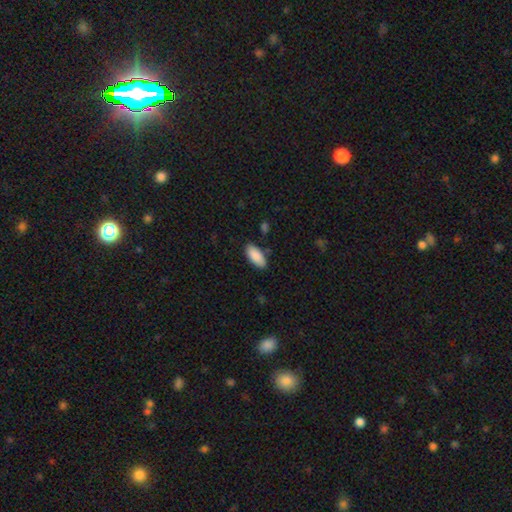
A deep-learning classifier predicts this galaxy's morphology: The model was most divided on "merging": none: 84%, minor disturbance: 12%, major disturbance: 2%, merger: 2%. More confident: smooth or featured — smooth (89%); how rounded — in between (89%).